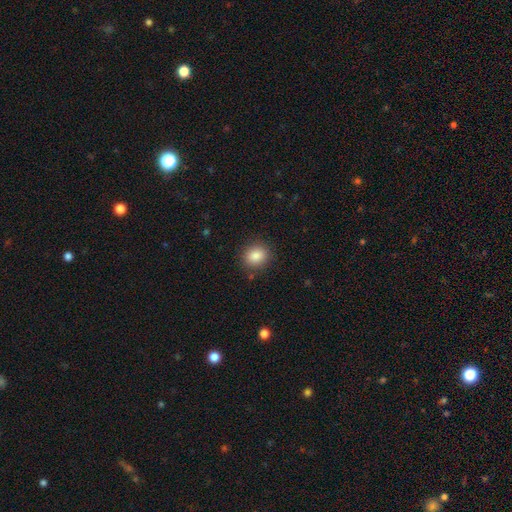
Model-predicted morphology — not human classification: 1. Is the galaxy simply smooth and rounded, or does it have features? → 86% smooth, 9% star or artifact, 5% featured or disk.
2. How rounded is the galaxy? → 73% round, 27% in between, 1% cigar-shaped.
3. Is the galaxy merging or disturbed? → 87% none, 9% minor disturbance, 3% major disturbance, 1% merger.